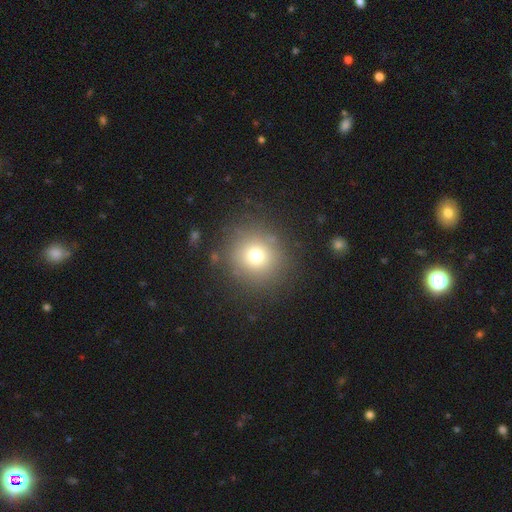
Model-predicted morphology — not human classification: A smooth galaxy with no disk features (72%) that is round (90%).

Vote fractions:
- Smooth or featured? smooth: 72% / star or artifact: 16% / featured or disk: 12%
- How rounded? round: 90% / in between: 9% / cigar-shaped: 1%
- Merging? none: 85% / minor disturbance: 9% / major disturbance: 4% / merger: 2%